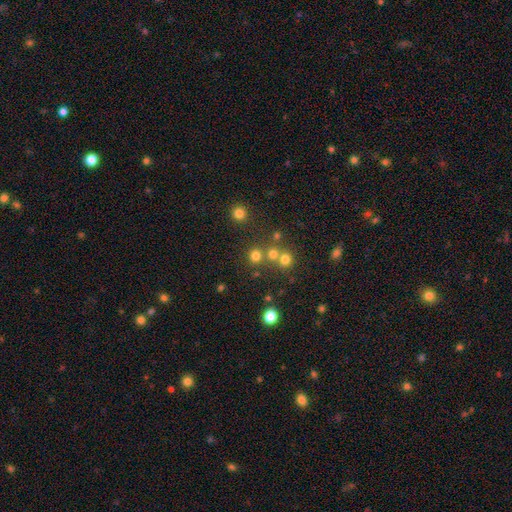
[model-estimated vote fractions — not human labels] Morphology: type=smooth (74%); roundness=round (90%); merging=none (71%).